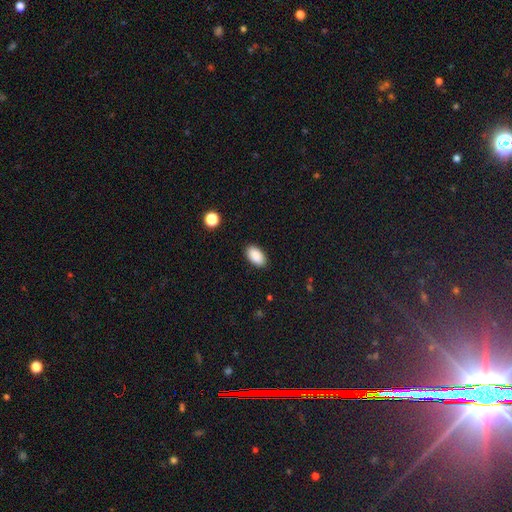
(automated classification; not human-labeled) Smooth or featured?
  - smooth: 89% *
  - star or artifact: 7%
  - featured or disk: 3%
How rounded?
  - in between: 95% *
  - round: 4%
  - cigar-shaped: 2%
Merging?
  - none: 89% *
  - minor disturbance: 8%
  - major disturbance: 2%
  - merger: 1%